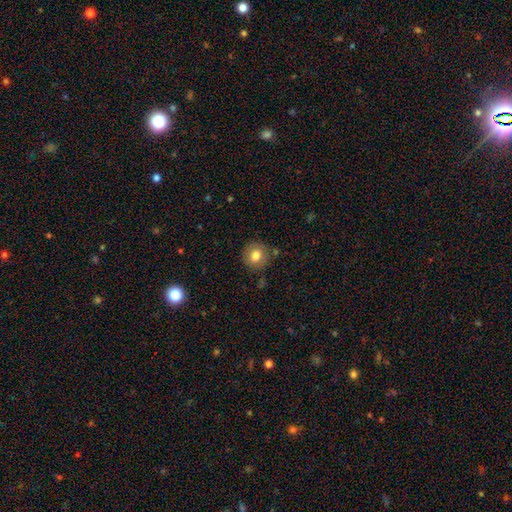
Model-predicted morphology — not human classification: smooth-or-featured: smooth: 78% | featured or disk: 13% | star or artifact: 9%
  how-rounded: round: 92% | in between: 7% | cigar-shaped: 1%
  merging: none: 85% | minor disturbance: 10% | major disturbance: 3% | merger: 3%